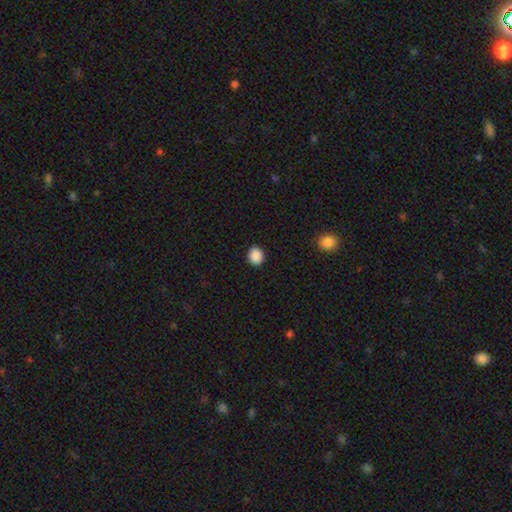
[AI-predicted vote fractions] smooth_or_featured: smooth (p=0.89) [alt: star or artifact p=0.09]
how_rounded: round (p=0.68) [alt: in between p=0.31]
merging: none (p=0.91) [alt: minor disturbance p=0.06]